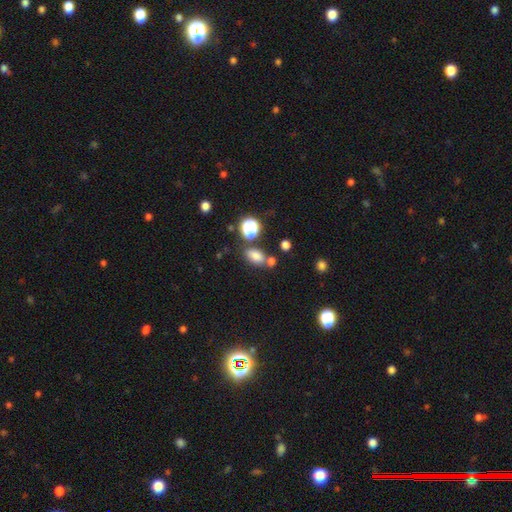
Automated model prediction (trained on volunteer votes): smooth_or_featured: smooth (p=0.76) [alt: star or artifact p=0.16]
how_rounded: in between (p=0.80) [alt: round p=0.18]
merging: none (p=0.64) [alt: merger p=0.17]